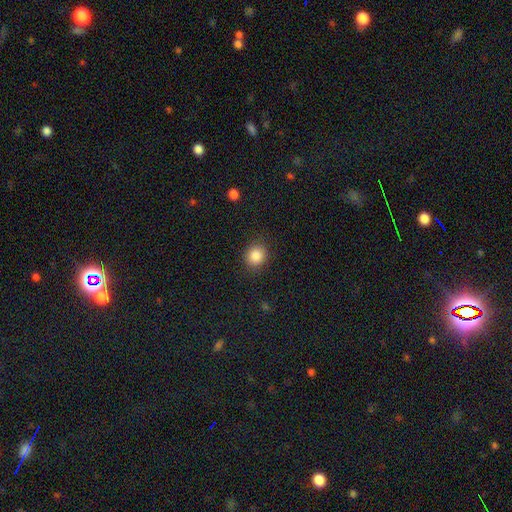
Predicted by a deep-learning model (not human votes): Q: Smooth or featured?
A: smooth (86%); runner-up: star or artifact (10%)
Q: How rounded?
A: round (80%); runner-up: in between (19%)
Q: Merging?
A: none (87%); runner-up: minor disturbance (8%)